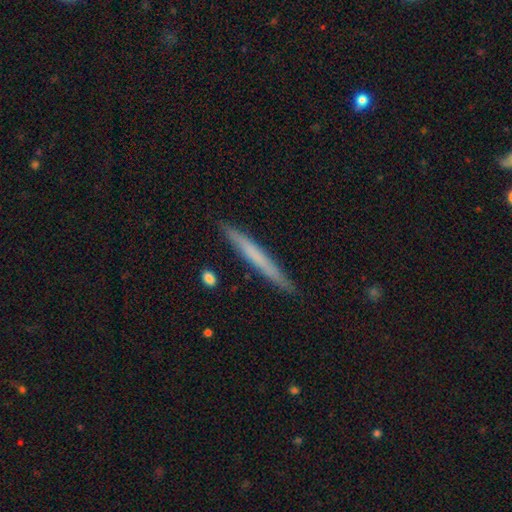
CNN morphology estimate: A smooth galaxy with no disk features (58%) that is cigar-shaped (97%).

Vote fractions:
- Smooth or featured? smooth: 58% / featured or disk: 36% / star or artifact: 6%
- How rounded? cigar-shaped: 97% / in between: 2% / round: 1%
- Merging? none: 90% / minor disturbance: 7% / major disturbance: 1% / merger: 1%